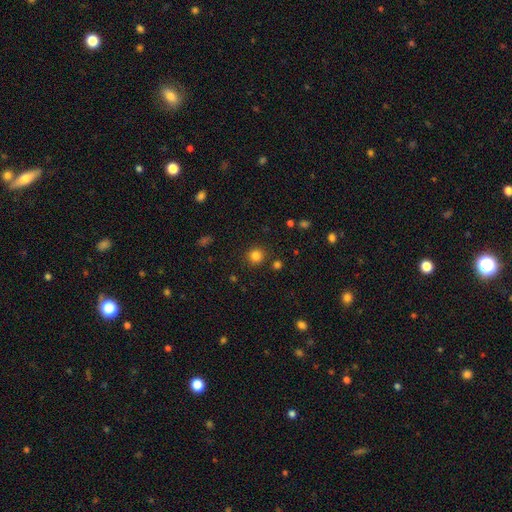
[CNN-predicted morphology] The model was most divided on "smooth or featured": smooth: 83%, star or artifact: 13%, featured or disk: 4%. More confident: how rounded — round (92%); merging — none (87%).